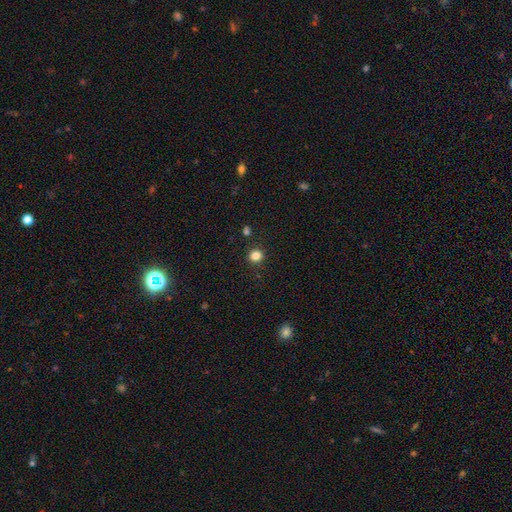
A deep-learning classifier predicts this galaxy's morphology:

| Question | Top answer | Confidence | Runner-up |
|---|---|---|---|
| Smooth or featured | smooth | 83% | star or artifact (13%) |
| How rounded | round | 85% | in between (14%) |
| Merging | none | 90% | minor disturbance (6%) |